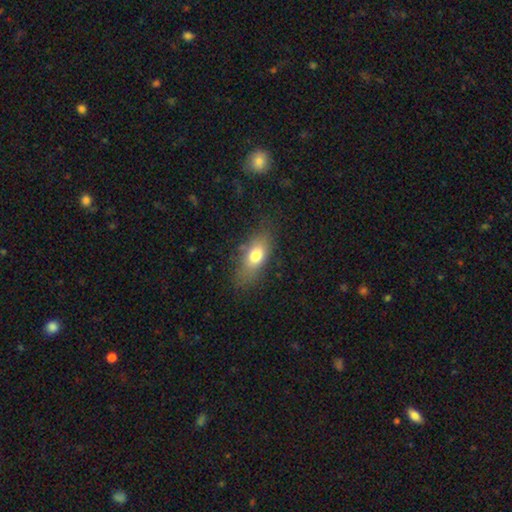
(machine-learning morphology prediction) Q: Smooth or featured?
A: smooth (73%); runner-up: featured or disk (18%)
Q: How rounded?
A: in between (79%); runner-up: cigar-shaped (14%)
Q: Merging?
A: none (72%); runner-up: minor disturbance (19%)